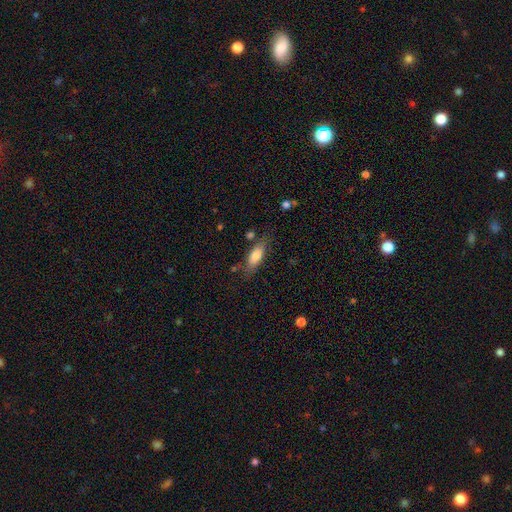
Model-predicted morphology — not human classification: smooth 75%, featured or disk 18%, star or artifact 7%. Down the decision tree: how rounded — in between (69%); merging — none (72%).